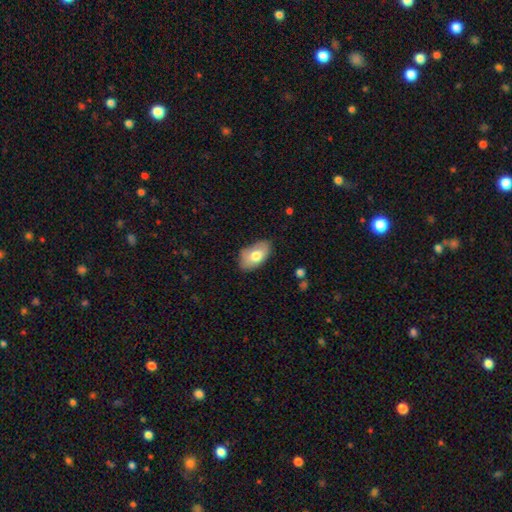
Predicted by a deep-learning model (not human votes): Q: Smooth or featured?
A: smooth (73%); runner-up: featured or disk (21%)
Q: How rounded?
A: in between (94%); runner-up: round (5%)
Q: Merging?
A: none (71%); runner-up: minor disturbance (23%)